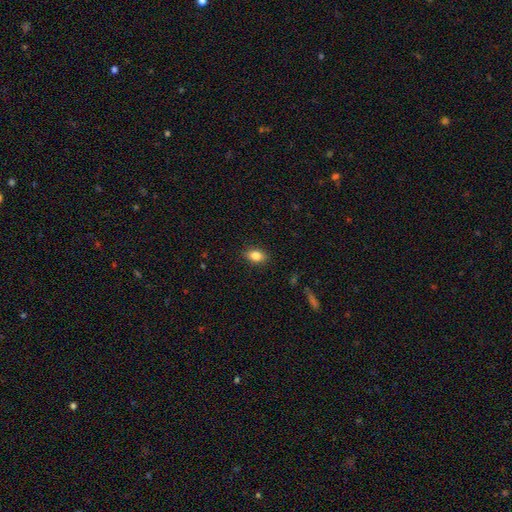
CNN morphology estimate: Q: Smooth or featured?
A: smooth (83%); runner-up: star or artifact (9%)
Q: How rounded?
A: in between (81%); runner-up: round (16%)
Q: Merging?
A: none (88%); runner-up: minor disturbance (9%)